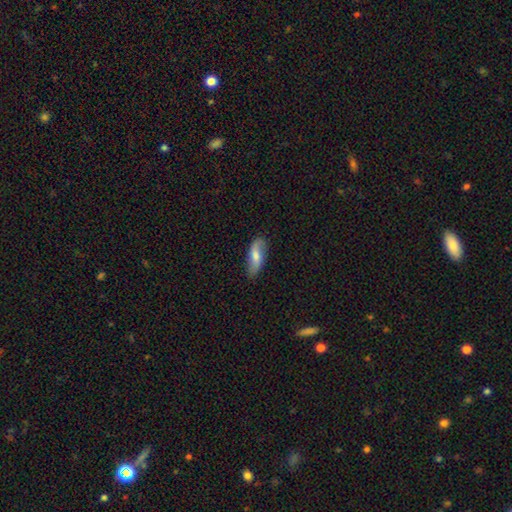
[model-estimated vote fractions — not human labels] The model was most divided on "smooth or featured": smooth: 58%, featured or disk: 35%, star or artifact: 6%. More confident: merging — none (77%); how rounded — in between (74%).